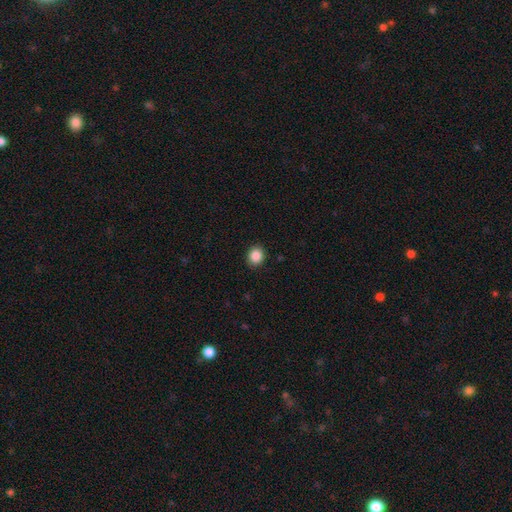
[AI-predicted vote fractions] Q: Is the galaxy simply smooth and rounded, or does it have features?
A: smooth — 88%.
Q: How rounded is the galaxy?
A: round — 65%.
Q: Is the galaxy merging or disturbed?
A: none — 90%.